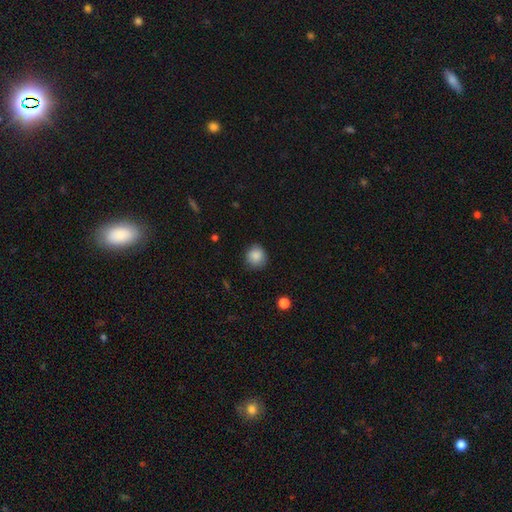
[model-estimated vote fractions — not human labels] Smooth or featured? Predicted: smooth (p=0.87). How rounded? Predicted: round (p=0.90). Merging? Predicted: none (p=0.83).